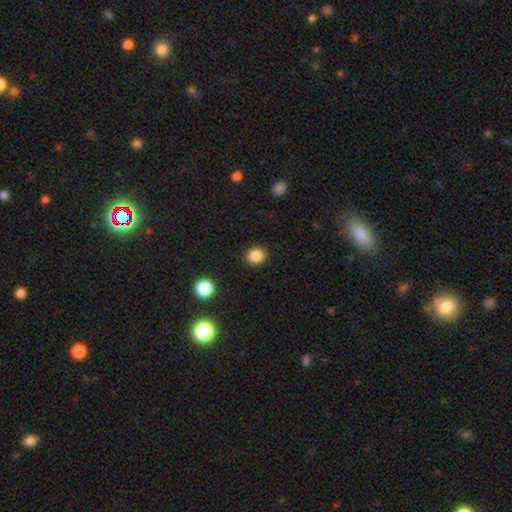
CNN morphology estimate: Smooth or featured? Predicted: smooth (p=0.86). How rounded? Predicted: round (p=0.73). Merging? Predicted: none (p=0.90).